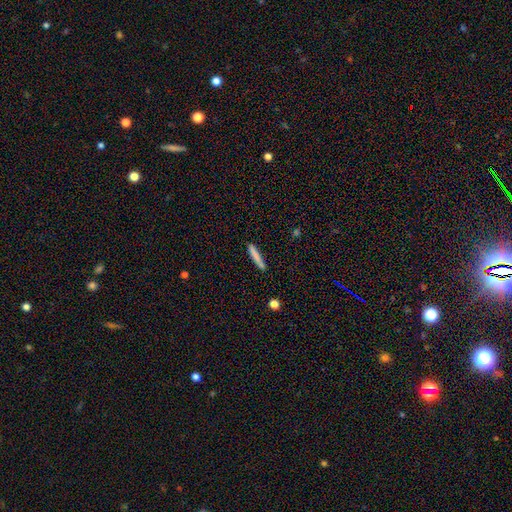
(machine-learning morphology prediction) Smooth or featured? Predicted: smooth (p=0.80). How rounded? Predicted: cigar-shaped (p=0.94). Merging? Predicted: none (p=0.82).